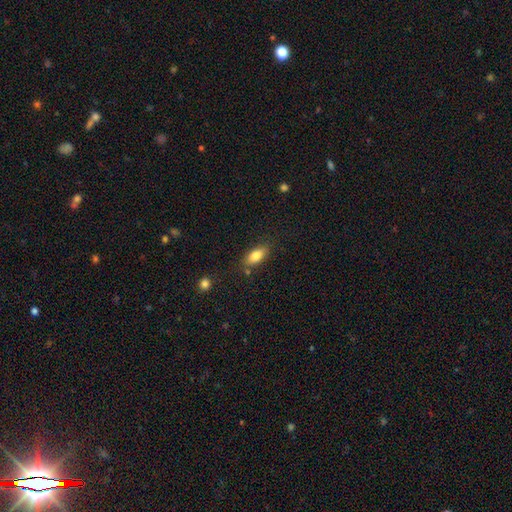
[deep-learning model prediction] Overall: smooth (81%). How rounded: in between (86%). Merging: none (78%).